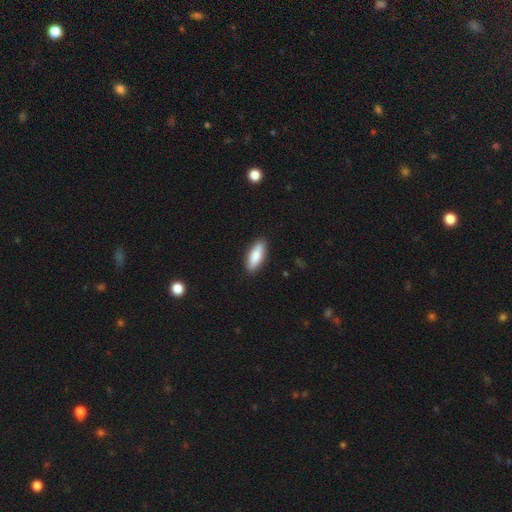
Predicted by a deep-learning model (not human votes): This appears to be a smooth galaxy with no disk features (82%) that is in between round and cigar-shaped (66%). Merging: none (88%).